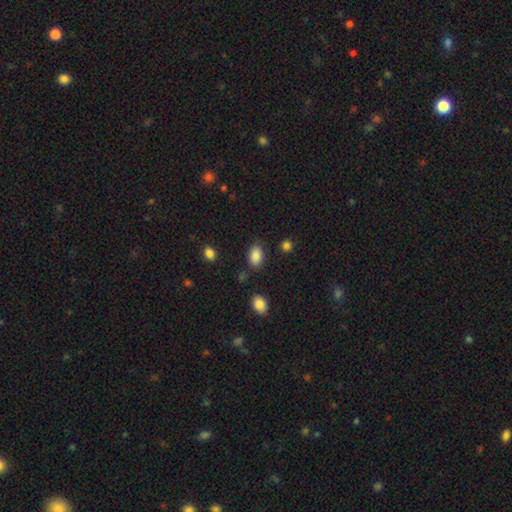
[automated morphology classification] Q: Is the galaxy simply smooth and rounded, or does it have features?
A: smooth — 87%.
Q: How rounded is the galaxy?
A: in between — 86%.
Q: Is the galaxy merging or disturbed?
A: none — 79%.